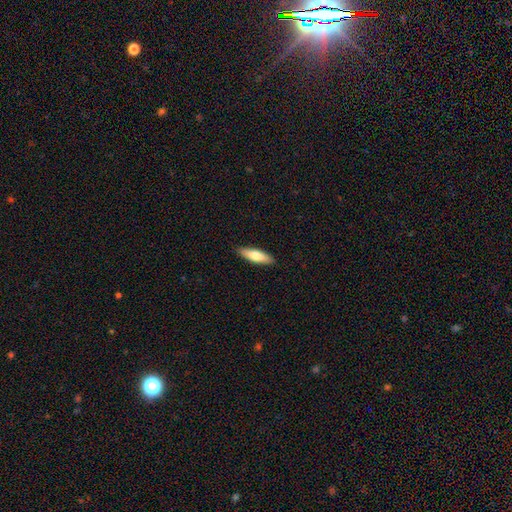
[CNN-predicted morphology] Q: Smooth or featured?
A: smooth (70%); runner-up: featured or disk (24%)
Q: How rounded?
A: cigar-shaped (58%); runner-up: in between (40%)
Q: Merging?
A: none (89%); runner-up: minor disturbance (8%)